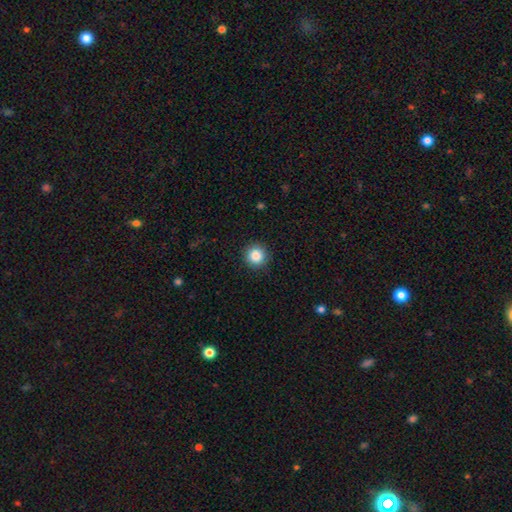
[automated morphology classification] Smooth or featured? smooth (85%)
How rounded? round (94%)
Merging? none (91%)